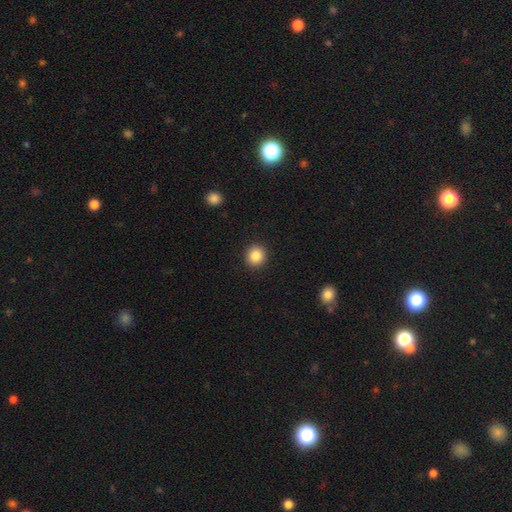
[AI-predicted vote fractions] This is clearly a smooth galaxy (86%). How rounded: clearly round (89%). Merging: clearly none (92%).